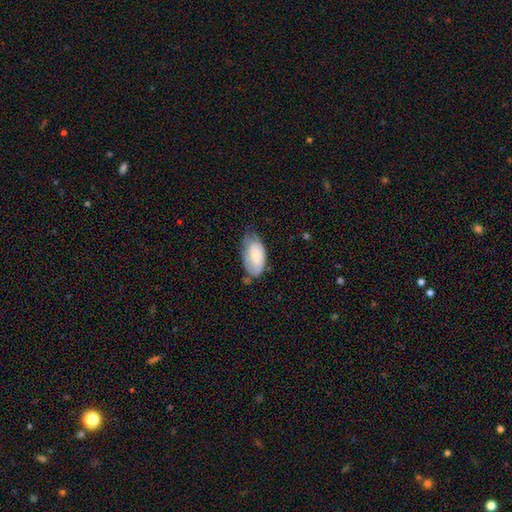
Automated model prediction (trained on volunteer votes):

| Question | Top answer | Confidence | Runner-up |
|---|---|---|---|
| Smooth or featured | smooth | 68% | featured or disk (26%) |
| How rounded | in between | 95% | round (3%) |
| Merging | none | 47% | minor disturbance (38%) |